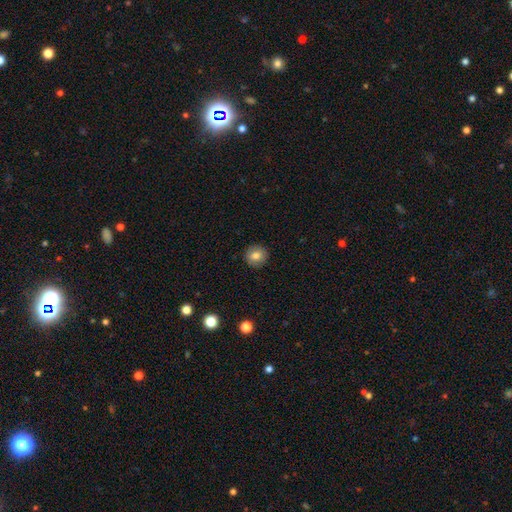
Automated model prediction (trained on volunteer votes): This is clearly a smooth galaxy (80%). How rounded: clearly round (93%). Merging: clearly none (91%).